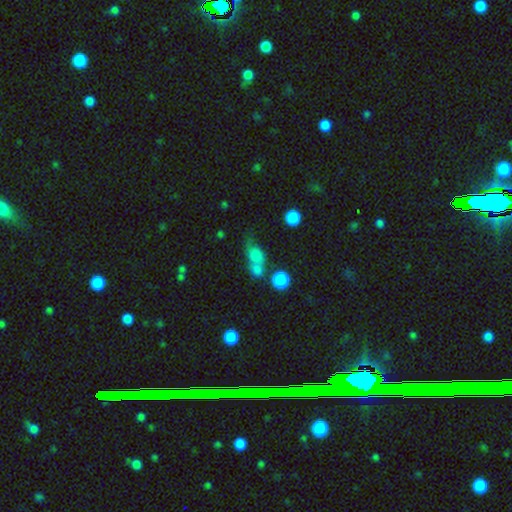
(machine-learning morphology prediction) Q: Smooth or featured?
A: smooth (72%); runner-up: featured or disk (15%)
Q: How rounded?
A: in between (57%); runner-up: round (37%)
Q: Merging?
A: merger (45%); runner-up: none (28%)